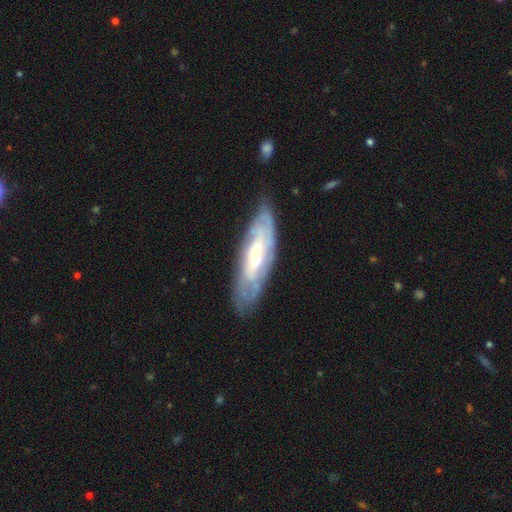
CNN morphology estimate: Q: Smooth or featured?
A: featured or disk (70%); runner-up: smooth (24%)
Q: Edge-on disk?
A: no (74%); runner-up: yes (26%)
Q: Bar?
A: no (45%); runner-up: weak (38%)
Q: Spiral arms?
A: yes (75%); runner-up: no (25%)
Q: Bulge size?
A: moderate (52%); runner-up: small (29%)
Q: Merging?
A: none (73%); runner-up: minor disturbance (19%)